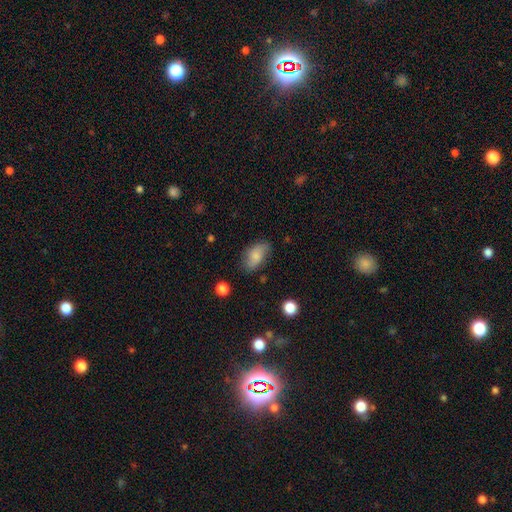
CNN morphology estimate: type=smooth (70%); roundness=in between (90%); merging=none (72%).